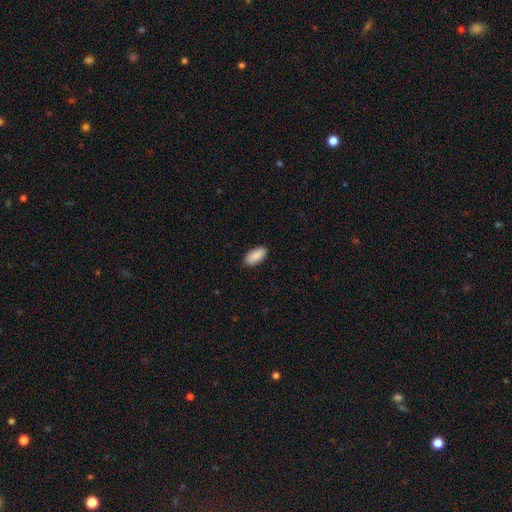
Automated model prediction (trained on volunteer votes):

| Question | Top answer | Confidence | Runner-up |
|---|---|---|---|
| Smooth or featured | smooth | 90% | star or artifact (6%) |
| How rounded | in between | 91% | cigar-shaped (7%) |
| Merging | none | 88% | minor disturbance (9%) |